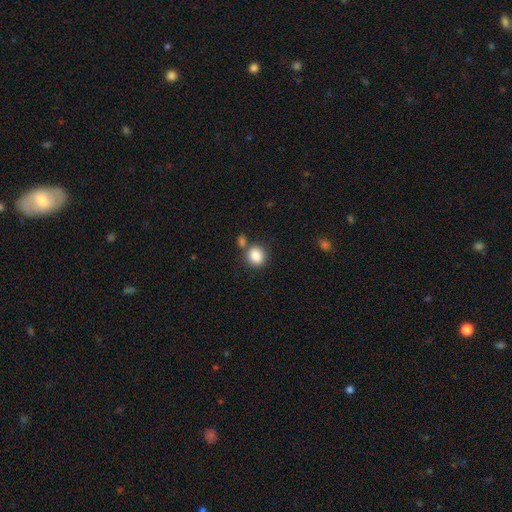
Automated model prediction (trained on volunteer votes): The model was most divided on "merging": none: 66%, merger: 20%, minor disturbance: 11%, major disturbance: 4%. More confident: smooth or featured — smooth (86%); how rounded — round (76%).